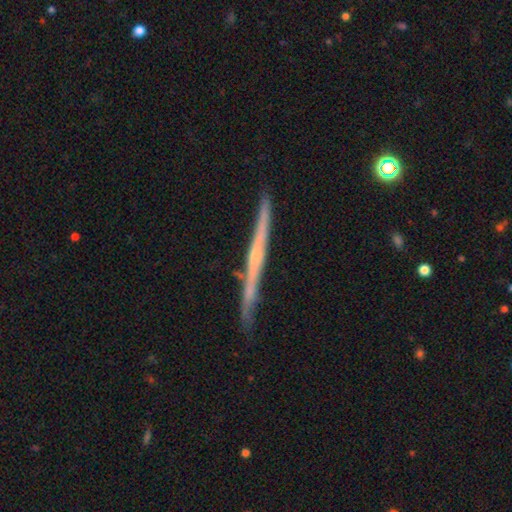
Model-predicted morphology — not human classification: type=featured or disk (76%); edge-on=yes (98%); edge-on bulge=none (55%); merging=none (86%).